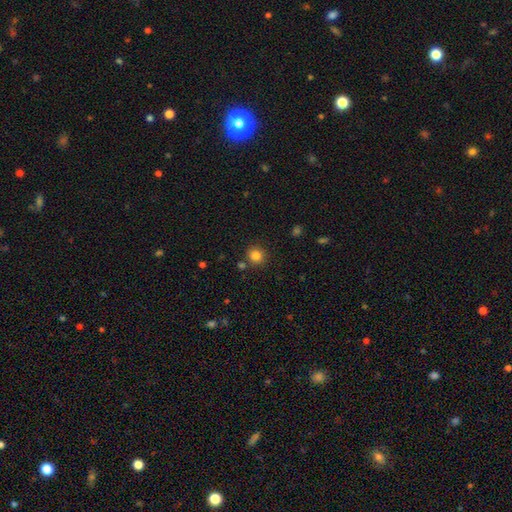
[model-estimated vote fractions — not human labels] This is clearly a smooth galaxy (83%). How rounded: clearly round (91%). Merging: clearly none (84%).